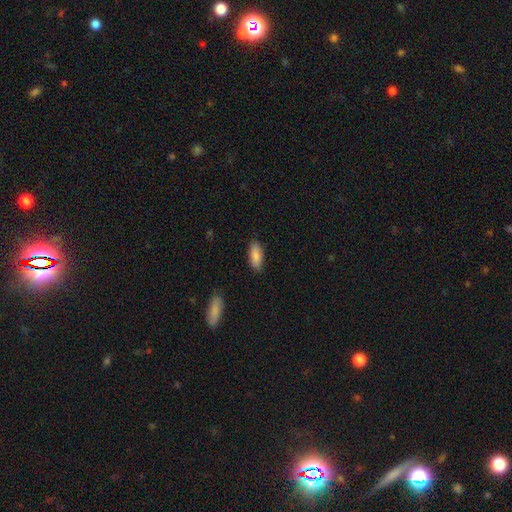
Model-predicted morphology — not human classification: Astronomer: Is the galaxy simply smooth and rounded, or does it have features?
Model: smooth — 87%.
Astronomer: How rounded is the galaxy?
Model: in between — 78%.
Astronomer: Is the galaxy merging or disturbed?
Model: none — 85%.